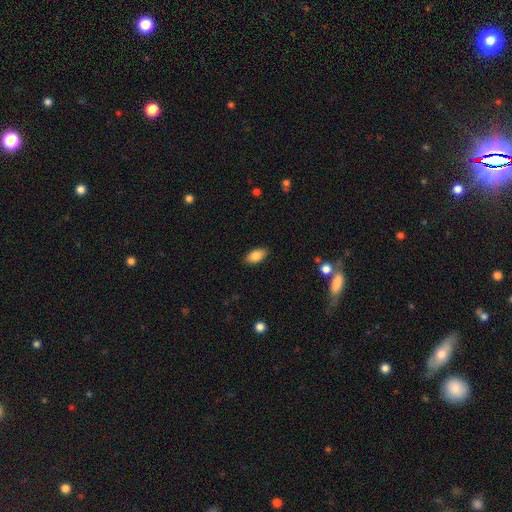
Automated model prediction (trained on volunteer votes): Q: Smooth or featured?
A: smooth (85%); runner-up: star or artifact (7%)
Q: How rounded?
A: in between (93%); runner-up: round (4%)
Q: Merging?
A: none (88%); runner-up: minor disturbance (9%)